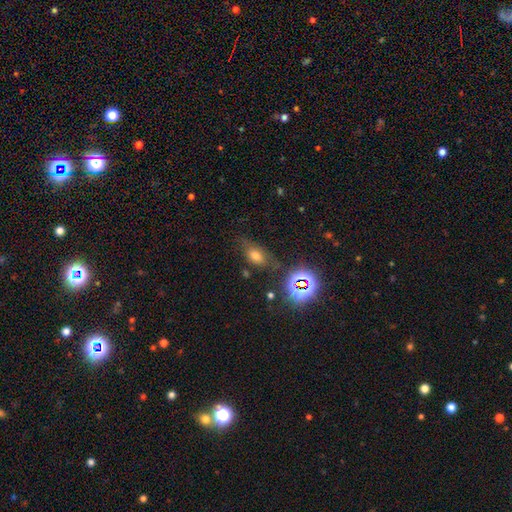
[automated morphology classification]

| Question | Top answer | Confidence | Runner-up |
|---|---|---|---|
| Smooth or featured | smooth | 62% | star or artifact (23%) |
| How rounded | in between | 79% | round (15%) |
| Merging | none | 63% | minor disturbance (23%) |